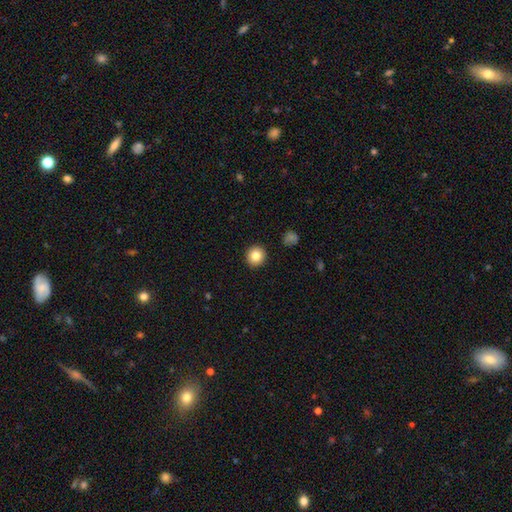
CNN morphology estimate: Q: Smooth or featured?
A: smooth (83%); runner-up: star or artifact (10%)
Q: How rounded?
A: round (93%); runner-up: in between (6%)
Q: Merging?
A: none (93%); runner-up: minor disturbance (5%)